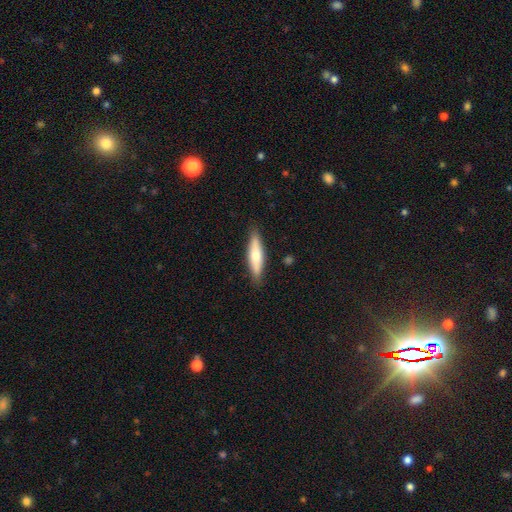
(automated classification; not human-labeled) This appears to be a smooth galaxy with no disk features (60%) that is cigar-shaped (71%). Merging: none (86%).